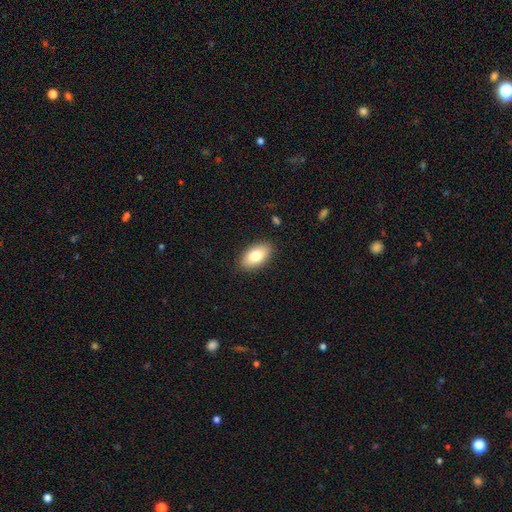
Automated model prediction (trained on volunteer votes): Smooth or featured? Predicted: smooth (p=0.82). How rounded? Predicted: in between (p=0.93). Merging? Predicted: none (p=0.88).